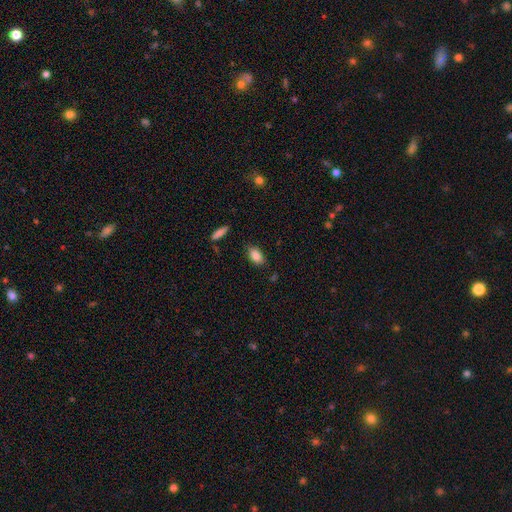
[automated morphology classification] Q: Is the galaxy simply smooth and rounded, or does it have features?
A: smooth — 85%.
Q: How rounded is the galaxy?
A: in between — 89%.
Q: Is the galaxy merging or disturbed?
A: none — 84%.